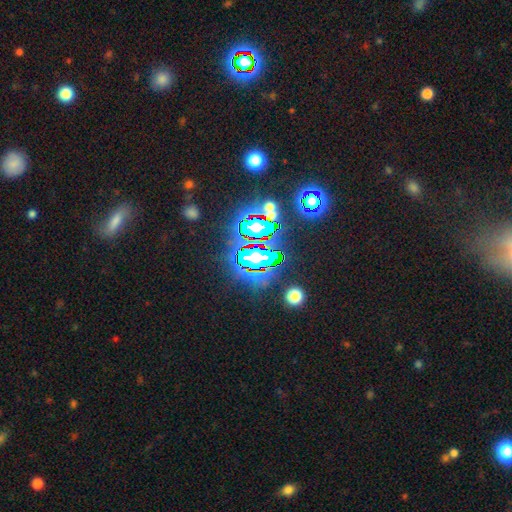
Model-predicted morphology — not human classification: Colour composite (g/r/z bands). It shows a star or artifact, not a galaxy (80%).